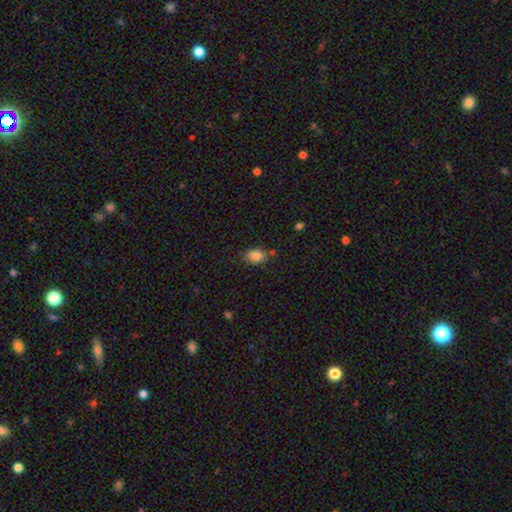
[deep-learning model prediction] This appears to be a smooth galaxy with no disk features (85%) that is in between round and cigar-shaped (71%). Merging: none (68%).